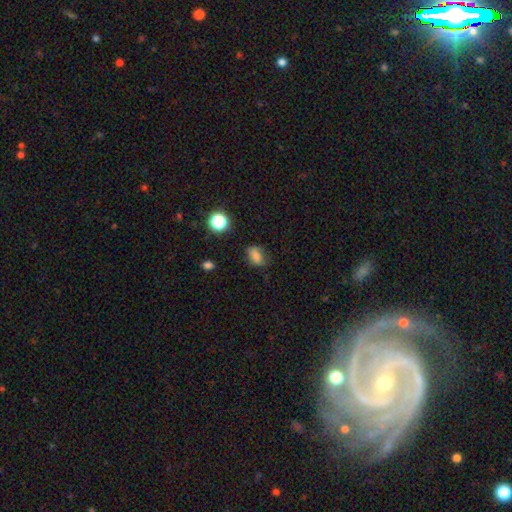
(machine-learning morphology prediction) Smooth or featured: smooth — 76% (star or artifact — 14%)
How rounded: in between — 74% (round — 24%)
Merging: none — 64% (minor disturbance — 26%)